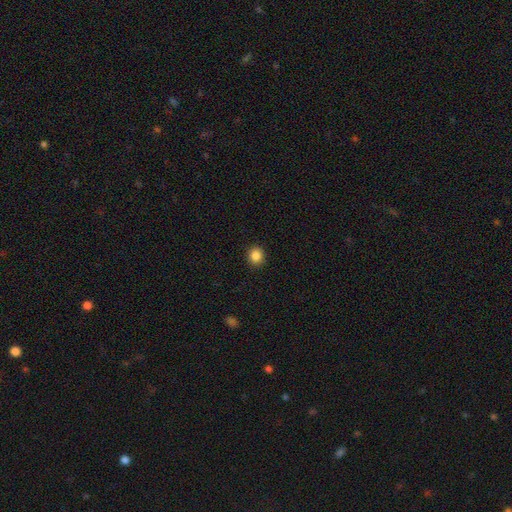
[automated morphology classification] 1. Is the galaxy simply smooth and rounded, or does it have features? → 86% smooth, 10% star or artifact, 4% featured or disk.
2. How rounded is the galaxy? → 88% round, 11% in between, 1% cigar-shaped.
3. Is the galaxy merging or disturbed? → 92% none, 5% minor disturbance, 2% major disturbance, 1% merger.